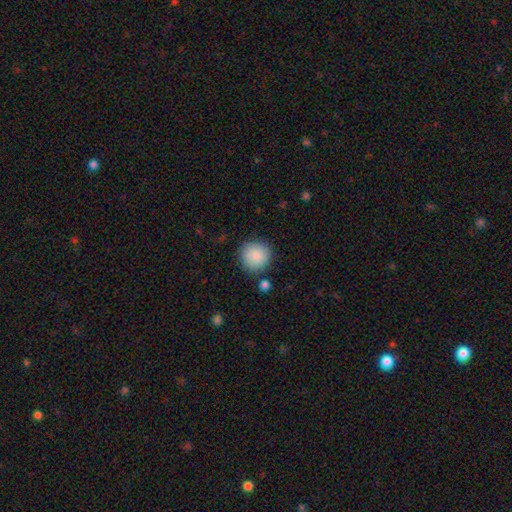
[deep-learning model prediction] Smooth or featured?
  - smooth: 88% *
  - star or artifact: 7%
  - featured or disk: 4%
How rounded?
  - round: 94% *
  - in between: 5%
  - cigar-shaped: 1%
Merging?
  - none: 85% *
  - minor disturbance: 8%
  - merger: 3%
  - major disturbance: 3%